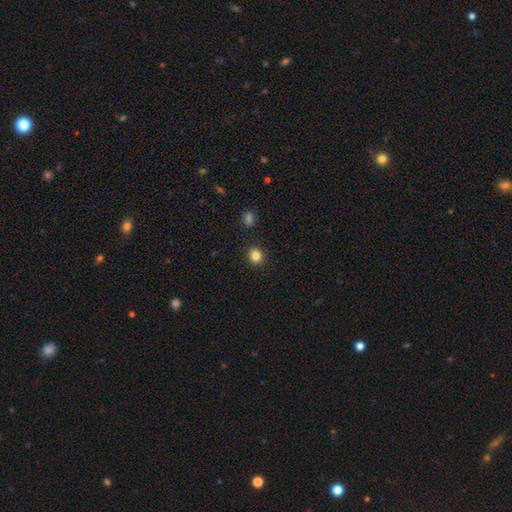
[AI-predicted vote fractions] The model was most divided on "how rounded": round: 85%, in between: 14%, cigar-shaped: 1%. More confident: merging — none (91%); smooth or featured — smooth (84%).